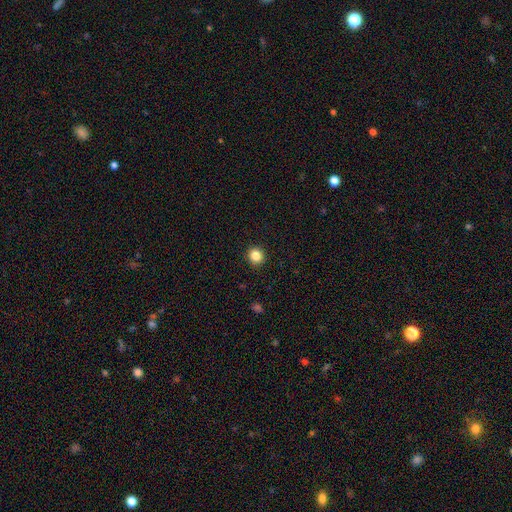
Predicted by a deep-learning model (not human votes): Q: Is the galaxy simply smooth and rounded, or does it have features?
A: smooth — 85%.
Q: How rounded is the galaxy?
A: round — 92%.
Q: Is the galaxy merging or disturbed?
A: none — 93%.